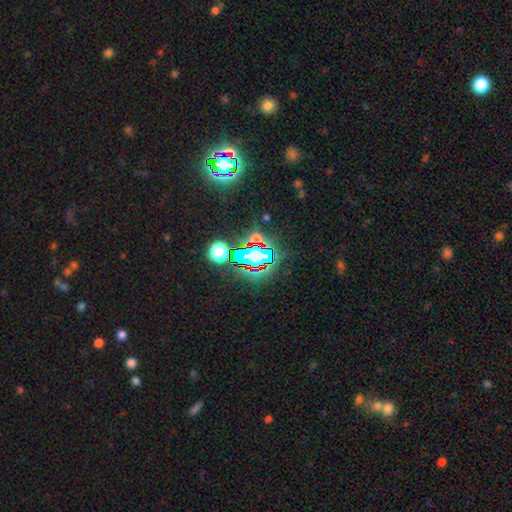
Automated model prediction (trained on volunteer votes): Q: Smooth or featured?
A: star or artifact (68%); runner-up: smooth (20%)